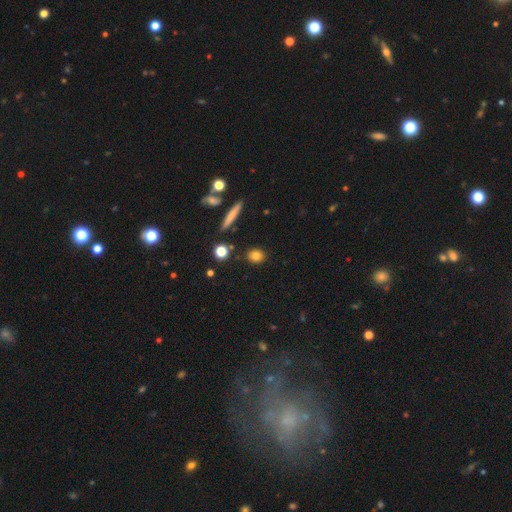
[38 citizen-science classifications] This is clearly a smooth galaxy (92%). How rounded: likely round (66%). Merging: likely none (77%).